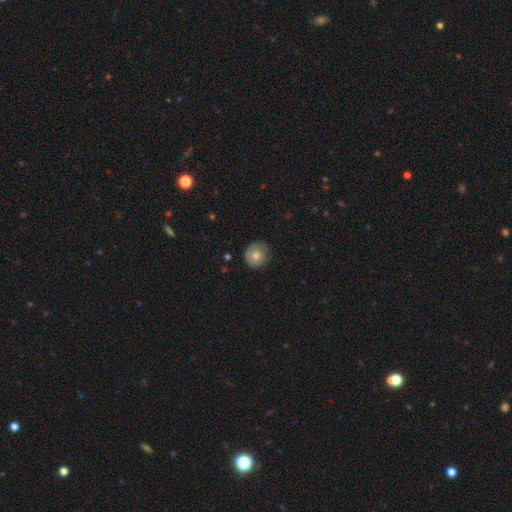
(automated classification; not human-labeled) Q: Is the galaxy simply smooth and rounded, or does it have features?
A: smooth — 73%.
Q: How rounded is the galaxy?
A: round — 83%.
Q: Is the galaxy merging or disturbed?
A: none — 76%.